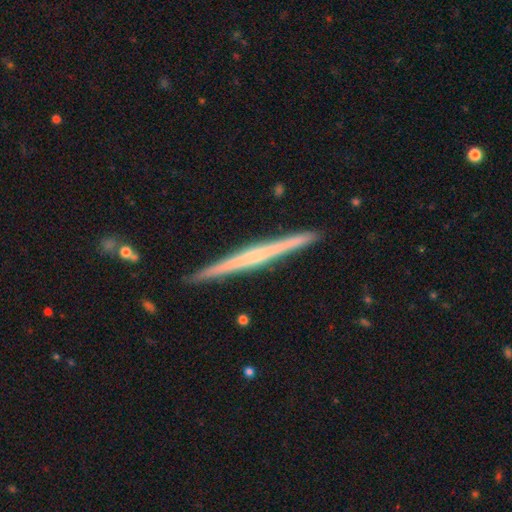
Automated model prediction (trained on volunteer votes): Q: Smooth or featured?
A: featured or disk (72%); runner-up: smooth (23%)
Q: Edge-on disk?
A: yes (98%); runner-up: no (2%)
Q: Edge-on bulge?
A: none (54%); runner-up: rounded (35%)
Q: Merging?
A: none (92%); runner-up: minor disturbance (6%)